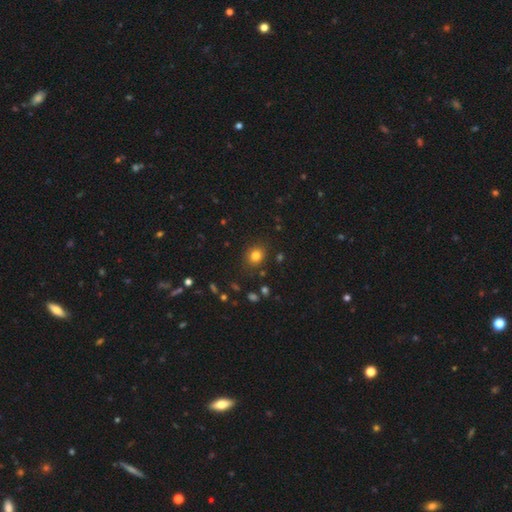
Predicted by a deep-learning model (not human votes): This appears to be a smooth galaxy with no disk features (80%) that is round (68%). Merging: none (86%).